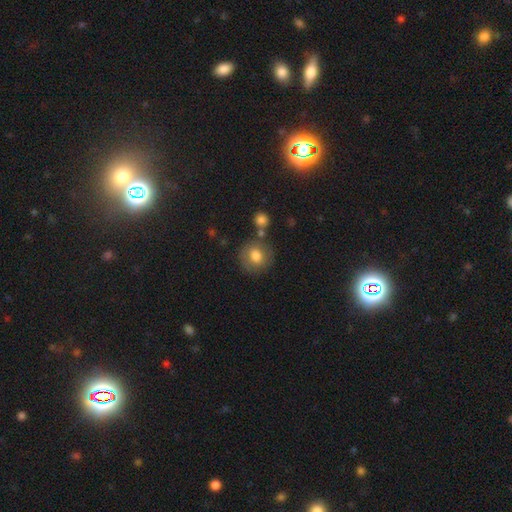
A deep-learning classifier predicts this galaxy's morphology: The model was most divided on "smooth or featured": smooth: 76%, featured or disk: 16%, star or artifact: 9%. More confident: how rounded — round (86%); merging — none (73%).